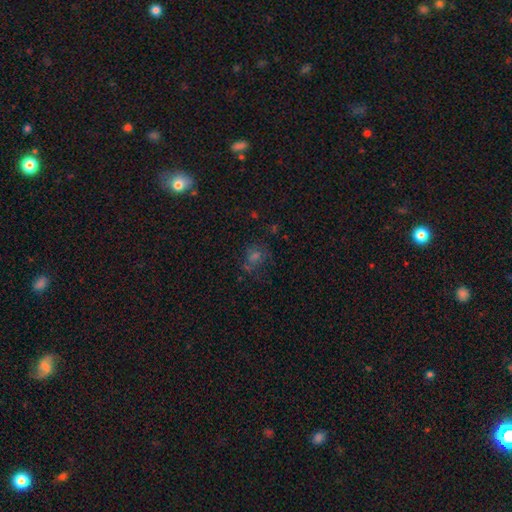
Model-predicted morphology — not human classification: The model was most divided on "smooth or featured": smooth: 43%, star or artifact: 36%, featured or disk: 20%. More confident: merging — none (62%).